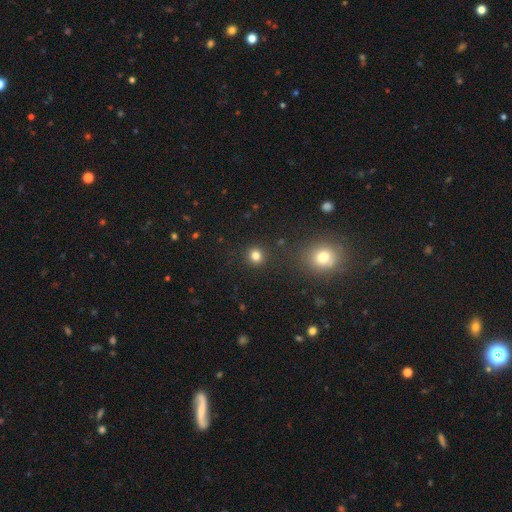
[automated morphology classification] smooth-or-featured: smooth: 80% | star or artifact: 15% | featured or disk: 5%
  how-rounded: round: 90% | in between: 9% | cigar-shaped: 1%
  merging: none: 90% | minor disturbance: 6% | merger: 2% | major disturbance: 2%